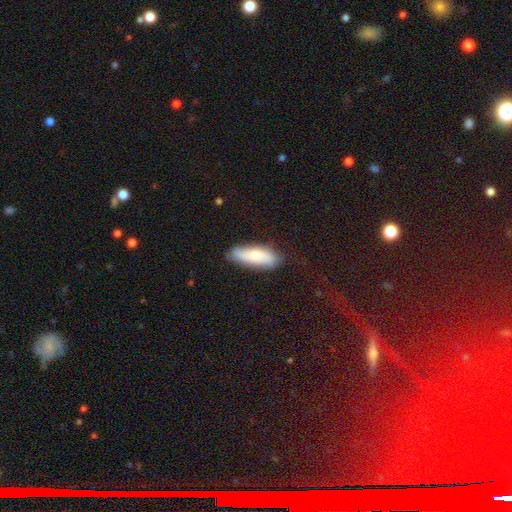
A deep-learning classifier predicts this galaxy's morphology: smooth-or-featured: smooth: 67% | featured or disk: 27% | star or artifact: 6%
  how-rounded: in between: 64% | cigar-shaped: 34% | round: 2%
  merging: none: 77% | minor disturbance: 18% | major disturbance: 4% | merger: 1%